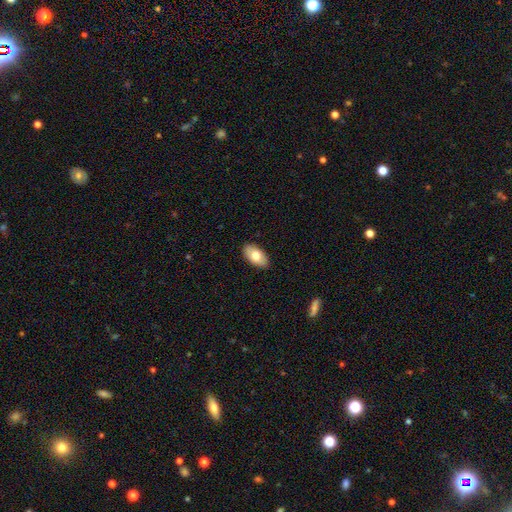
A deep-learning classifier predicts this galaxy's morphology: Overall: smooth (74%). How rounded: in between (95%). Merging: none (88%).